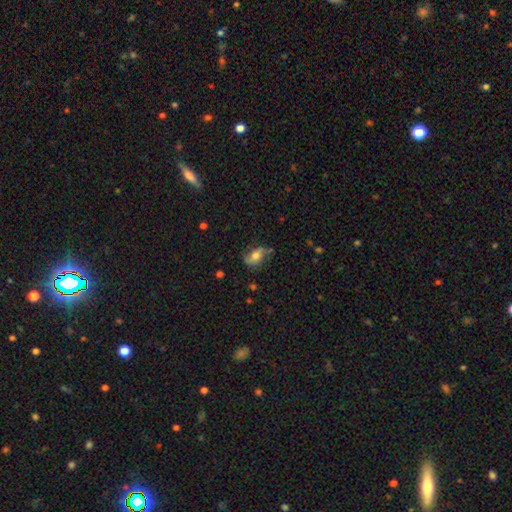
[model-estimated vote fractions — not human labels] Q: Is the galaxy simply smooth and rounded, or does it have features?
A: smooth — 49%.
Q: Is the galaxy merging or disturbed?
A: none — 60%.